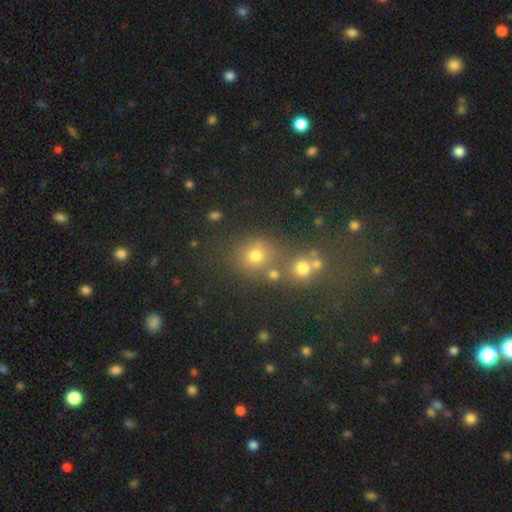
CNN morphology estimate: Smooth or featured? Predicted: smooth (p=0.68). How rounded? Predicted: round (p=0.84). Merging? Predicted: none (p=0.63).